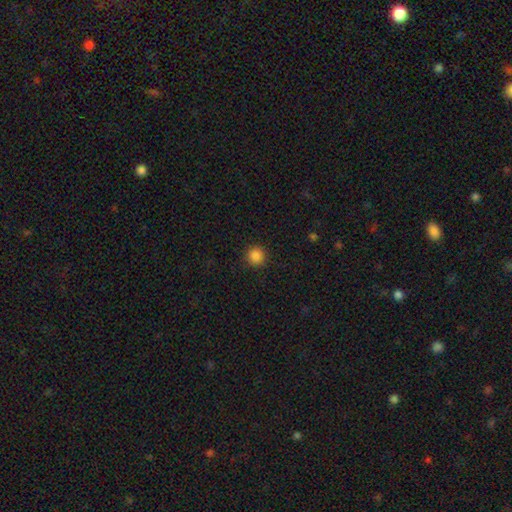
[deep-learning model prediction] Smooth or featured: smooth — 86% (star or artifact — 11%)
How rounded: round — 95% (in between — 4%)
Merging: none — 91% (minor disturbance — 6%)